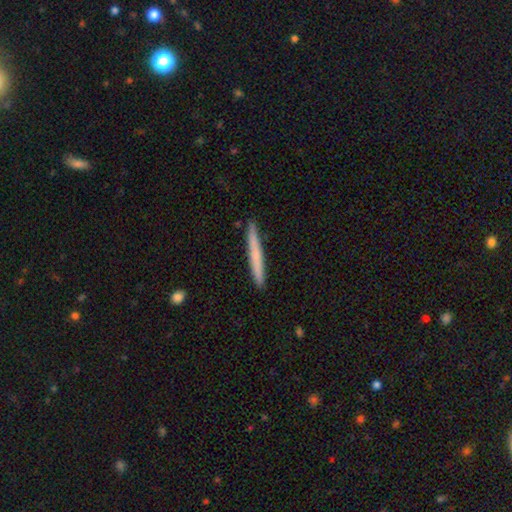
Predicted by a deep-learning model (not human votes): Morphology: type=smooth (62%); roundness=cigar-shaped (97%); merging=none (91%).